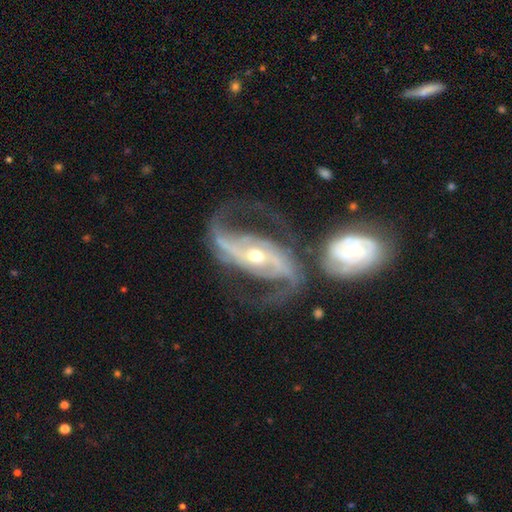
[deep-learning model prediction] Smooth or featured: featured or disk — 92% (star or artifact — 5%)
Edge-on disk: no — 96% (yes — 4%)
Bar: strong — 50% (weak — 28%)
Spiral arms: yes — 97% (no — 3%)
Spiral winding: medium — 45% (loose — 43%)
Spiral arm count: 2 — 91% (3 — 3%)
Bulge size: moderate — 49% (small — 47%)
Merging: none — 47% (merger — 24%)